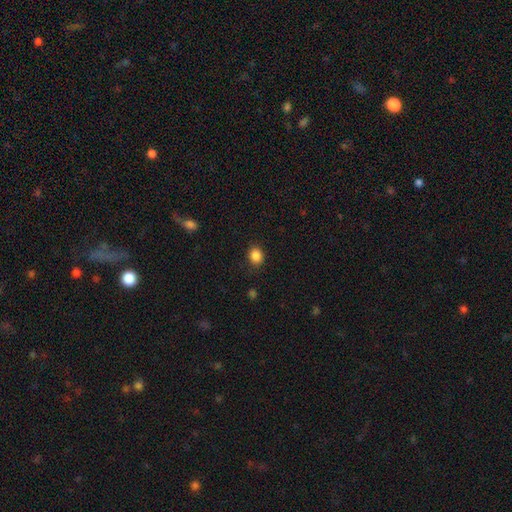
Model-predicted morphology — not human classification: This appears to be a smooth galaxy with no disk features (86%) that is round (65%). Merging: none (86%).